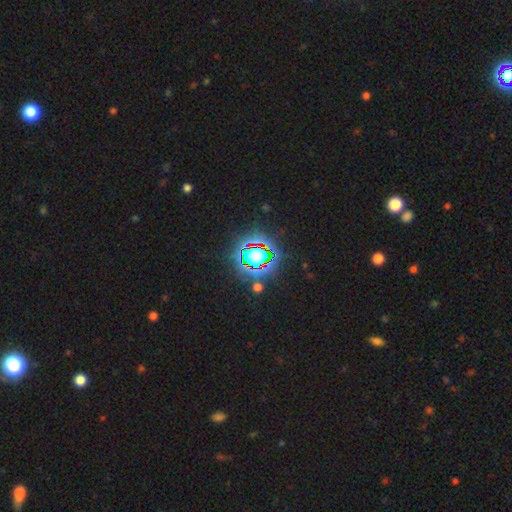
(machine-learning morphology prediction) Q: Smooth or featured?
A: star or artifact (71%); runner-up: smooth (18%)